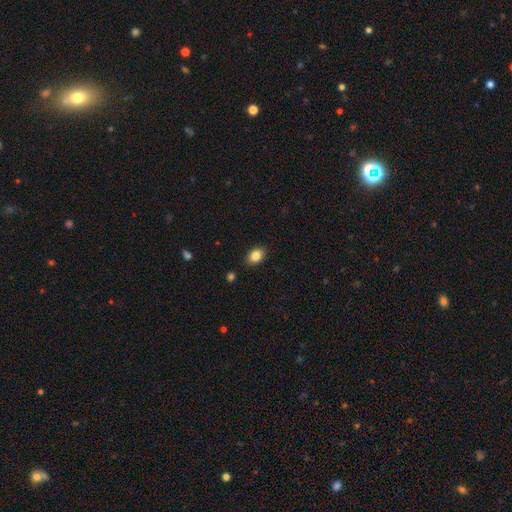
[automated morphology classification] Smooth or featured: smooth — 85% (star or artifact — 9%)
How rounded: in between — 78% (round — 20%)
Merging: none — 87% (minor disturbance — 9%)